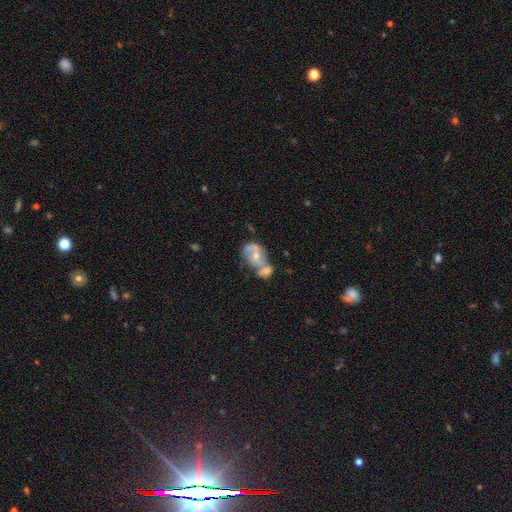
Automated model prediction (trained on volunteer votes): The model was most divided on "bulge size": moderate: 53%, small: 39%, none: 4%, large: 3%, dominant: 1%. More confident: edge-on disk — no (97%); spiral arms — yes (73%); smooth or featured — featured or disk (65%); bar — no (64%); merging — merger (61%).